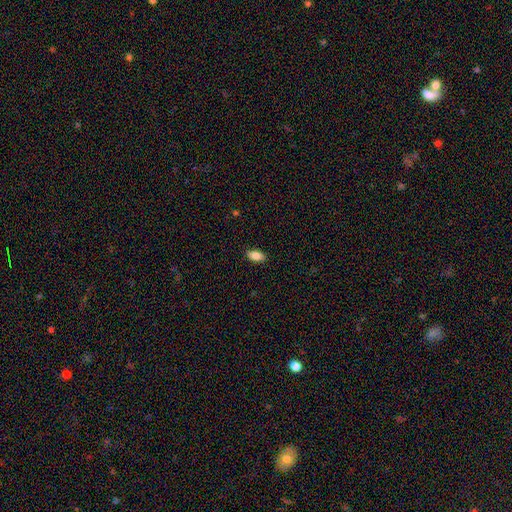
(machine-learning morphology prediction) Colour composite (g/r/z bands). It shows a smooth galaxy with no disk features (85%) that is in between round and cigar-shaped (90%). Merging: none (89%).